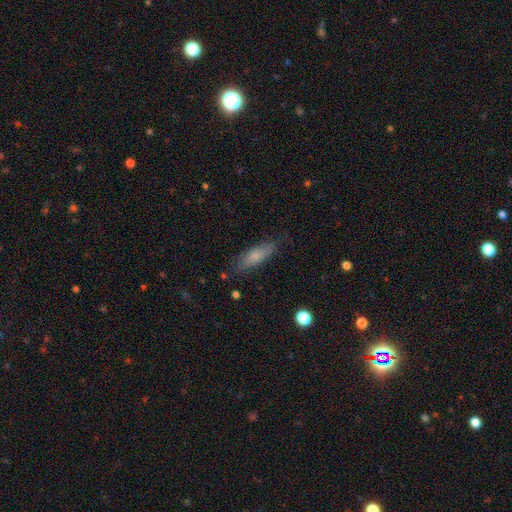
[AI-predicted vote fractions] A smooth galaxy with no disk features (69%) that is cigar-shaped (51%). Merging: none (79%).